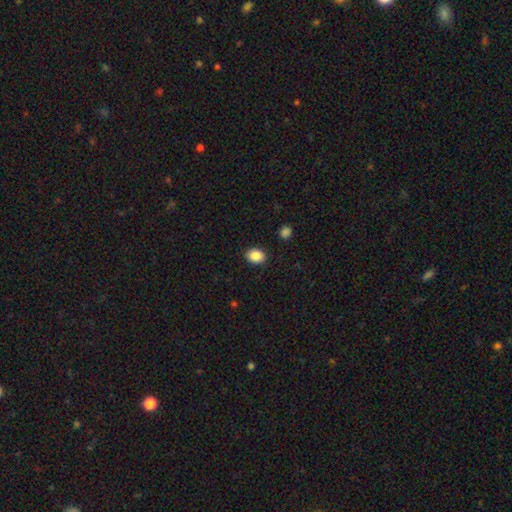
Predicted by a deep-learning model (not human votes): smooth-or-featured: smooth: 88% | star or artifact: 8% | featured or disk: 4%
  how-rounded: in between: 65% | round: 34% | cigar-shaped: 1%
  merging: none: 90% | minor disturbance: 7% | major disturbance: 2% | merger: 1%